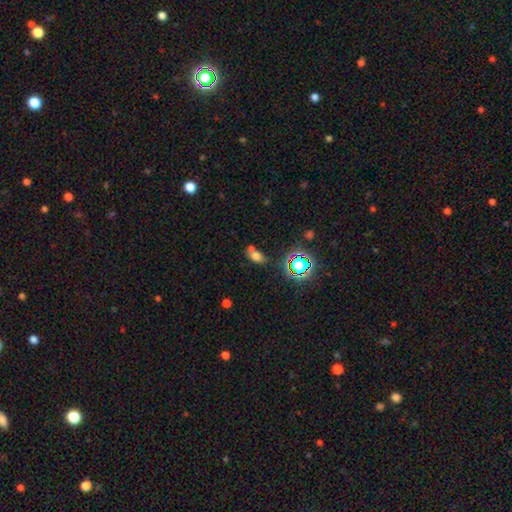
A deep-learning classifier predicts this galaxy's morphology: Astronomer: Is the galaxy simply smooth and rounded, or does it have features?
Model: smooth — 66%.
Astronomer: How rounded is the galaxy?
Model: in between — 78%.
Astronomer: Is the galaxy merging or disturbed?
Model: none — 41% (runner-up: merger, 37%).